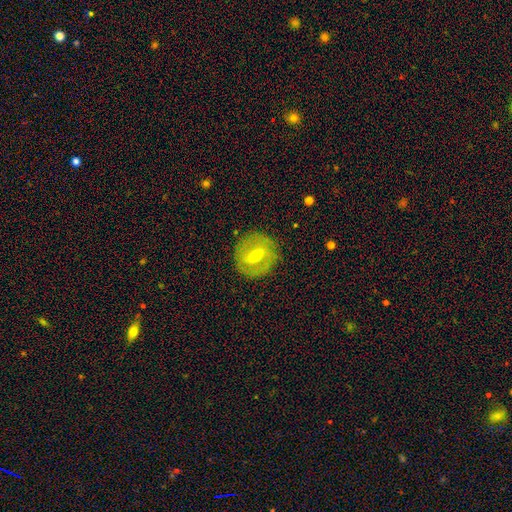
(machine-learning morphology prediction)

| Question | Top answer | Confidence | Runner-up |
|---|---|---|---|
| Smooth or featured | featured or disk | 65% | smooth (28%) |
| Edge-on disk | no | 93% | yes (7%) |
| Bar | weak | 45% | strong (37%) |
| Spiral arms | yes | 57% | no (43%) |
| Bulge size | moderate | 52% | small (44%) |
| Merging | none | 85% | minor disturbance (10%) |